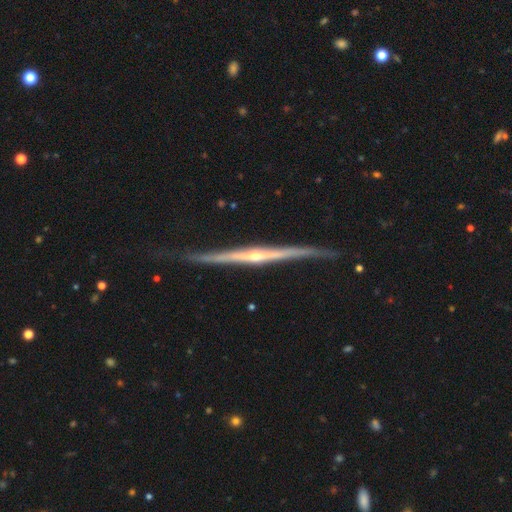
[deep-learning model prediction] Morphology: type=featured or disk (86%); edge-on=yes (98%); edge-on bulge=rounded (70%); merging=none (79%).